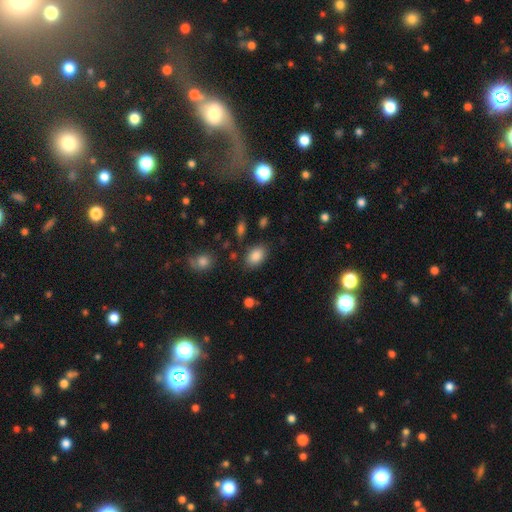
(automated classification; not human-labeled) Smooth or featured? Predicted: smooth (p=0.85). How rounded? Predicted: in between (p=0.85). Merging? Predicted: none (p=0.79).